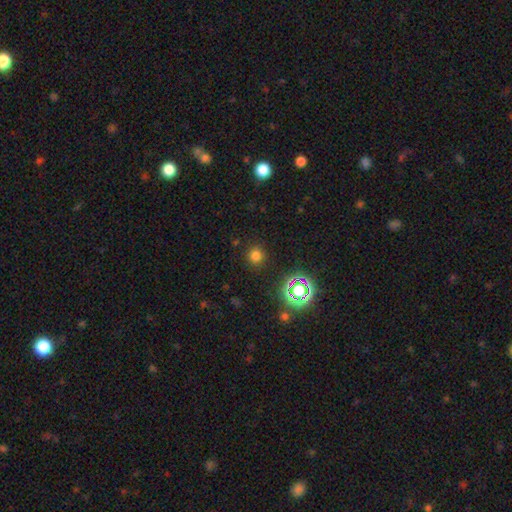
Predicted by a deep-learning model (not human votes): smooth_or_featured: smooth (p=0.71) [alt: star or artifact p=0.23]
how_rounded: round (p=0.94) [alt: in between p=0.05]
merging: none (p=0.89) [alt: minor disturbance p=0.07]